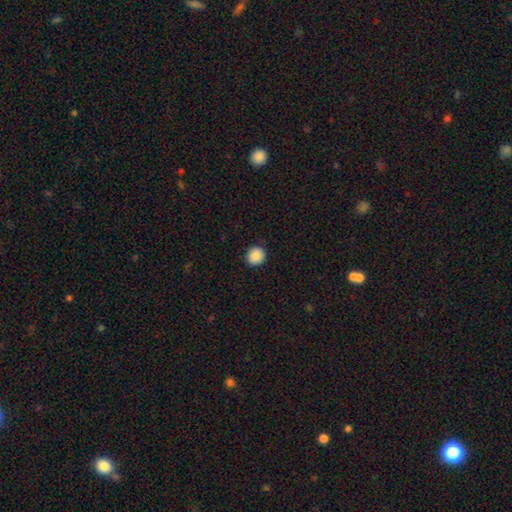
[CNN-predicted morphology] Smooth or featured? smooth (89%)
How rounded? round (89%)
Merging? none (90%)